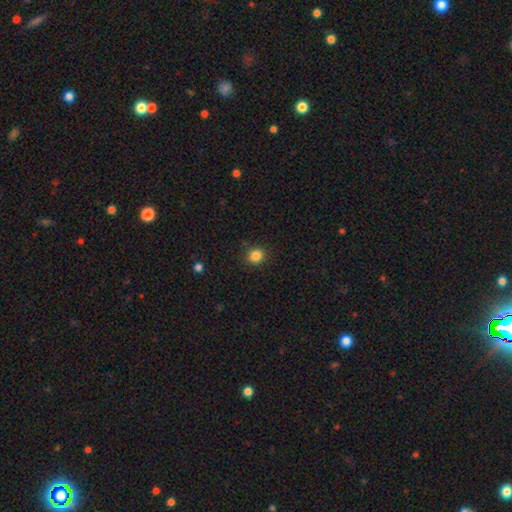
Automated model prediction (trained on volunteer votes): Overall: smooth (84%). How rounded: round (86%). Merging: none (88%).